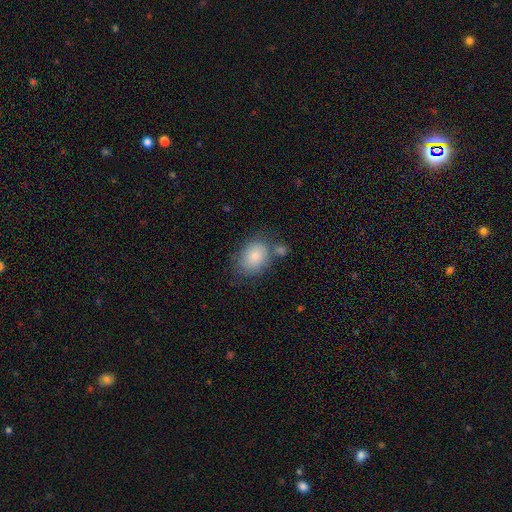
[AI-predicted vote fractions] smooth_or_featured: smooth (p=0.82) [alt: featured or disk p=0.10]
how_rounded: in between (p=0.71) [alt: round p=0.28]
merging: none (p=0.64) [alt: minor disturbance p=0.17]